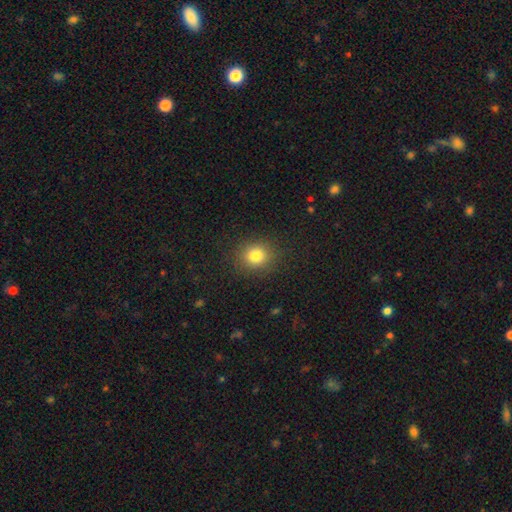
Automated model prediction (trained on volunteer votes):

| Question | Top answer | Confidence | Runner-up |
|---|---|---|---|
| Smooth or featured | smooth | 81% | star or artifact (13%) |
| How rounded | round | 81% | in between (18%) |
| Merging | none | 88% | minor disturbance (8%) |